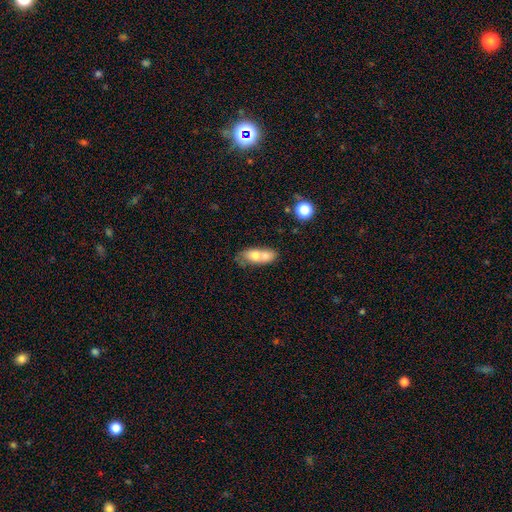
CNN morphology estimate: This is likely a smooth galaxy (63%). How rounded: likely in between (73%). Merging: likely merger (62%).